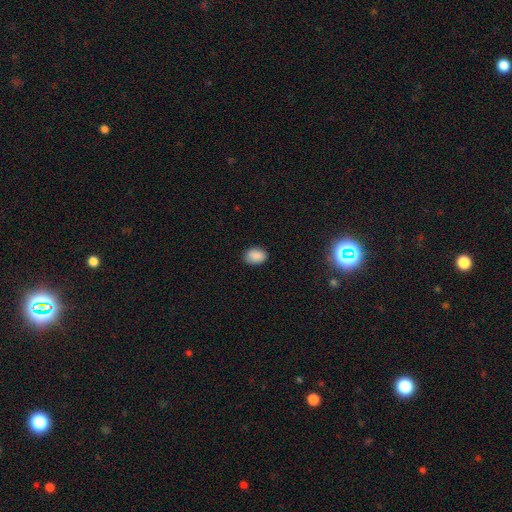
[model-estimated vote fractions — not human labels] Overall: smooth (88%). How rounded: in between (80%). Merging: none (84%).